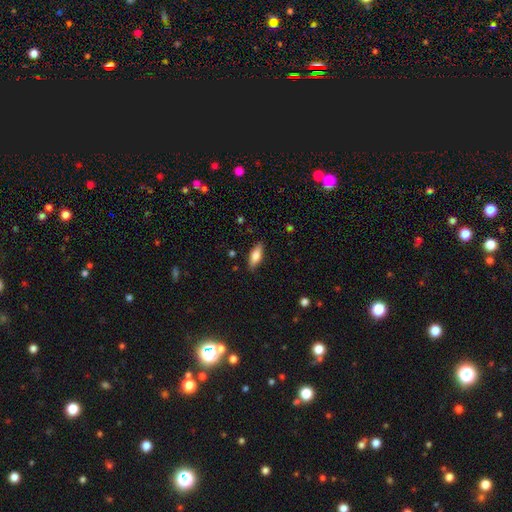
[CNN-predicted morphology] This appears to be a smooth galaxy with no disk features (73%) that is in between round and cigar-shaped (69%). Merging: none (86%).